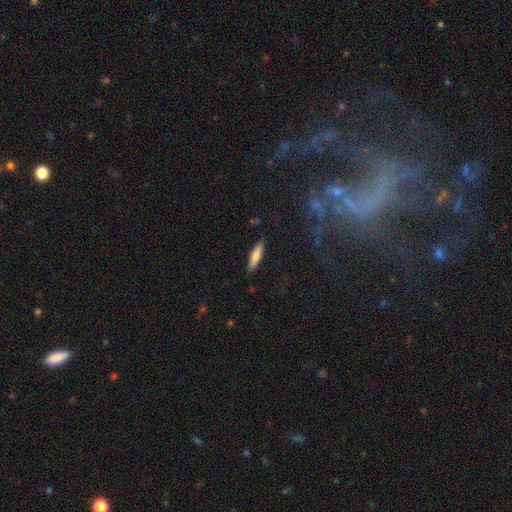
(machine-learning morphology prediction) Smooth or featured?
  - smooth: 74% *
  - featured or disk: 20%
  - star or artifact: 6%
How rounded?
  - cigar-shaped: 77% *
  - in between: 22%
  - round: 1%
Merging?
  - none: 88% *
  - minor disturbance: 8%
  - major disturbance: 2%
  - merger: 1%